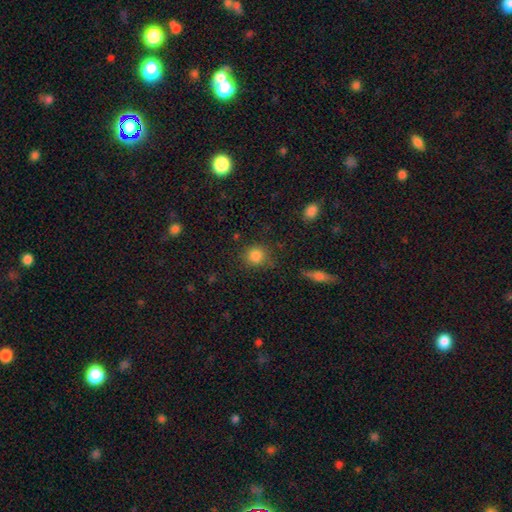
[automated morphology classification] smooth 84%, star or artifact 11%, featured or disk 5%. Down the decision tree: how rounded — round (89%); merging — none (80%).